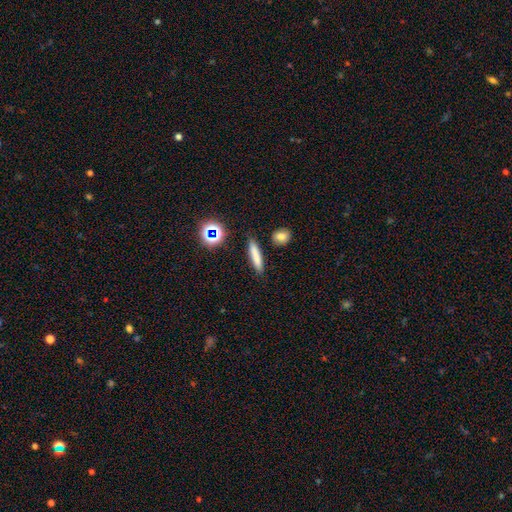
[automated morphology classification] Q: Smooth or featured?
A: smooth (78%); runner-up: featured or disk (11%)
Q: How rounded?
A: cigar-shaped (86%); runner-up: in between (10%)
Q: Merging?
A: none (88%); runner-up: minor disturbance (7%)